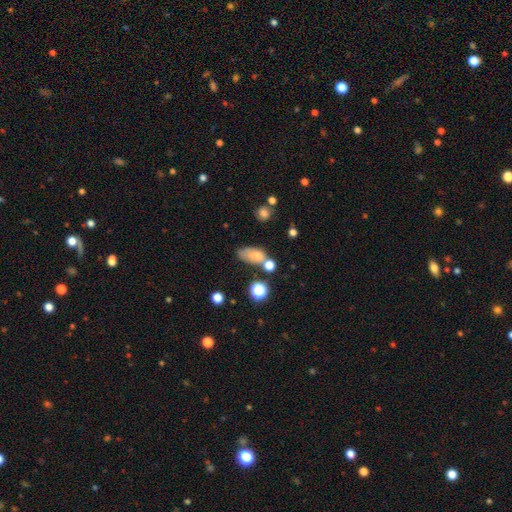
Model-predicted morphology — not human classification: smooth 71%, featured or disk 15%, star or artifact 14%. Down the decision tree: how rounded — in between (81%); merging — none (47%).